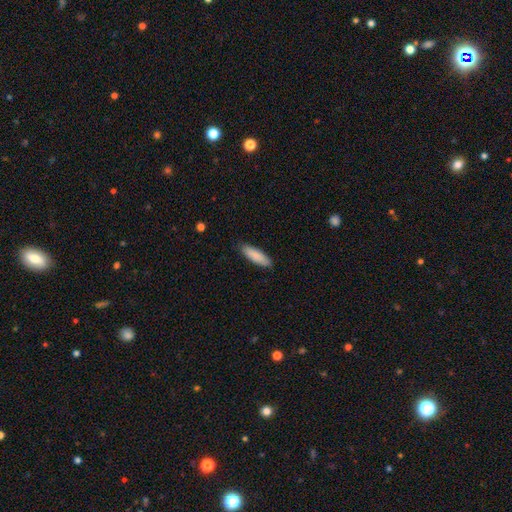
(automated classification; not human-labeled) Smooth or featured? smooth (88%)
How rounded? cigar-shaped (55%)
Merging? none (87%)